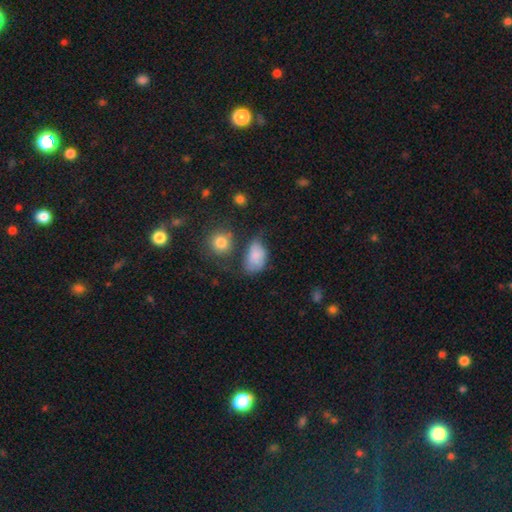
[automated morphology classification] The model was most divided on "merging": minor disturbance: 35%, none: 34%, major disturbance: 21%, merger: 11%. More confident: how rounded — in between (84%); smooth or featured — smooth (76%).